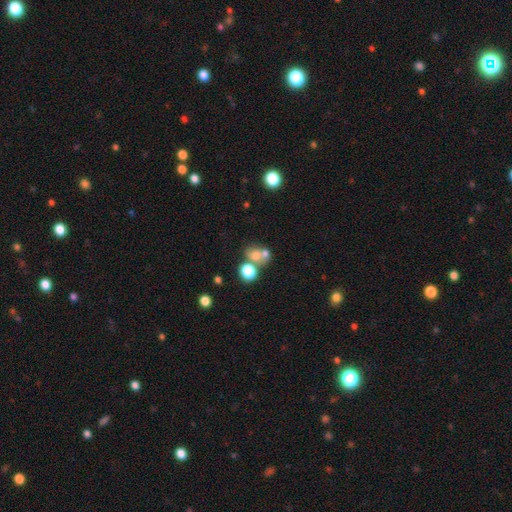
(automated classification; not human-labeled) Smooth or featured? smooth (65%)
How rounded? round (58%)
Merging? merger (49%)